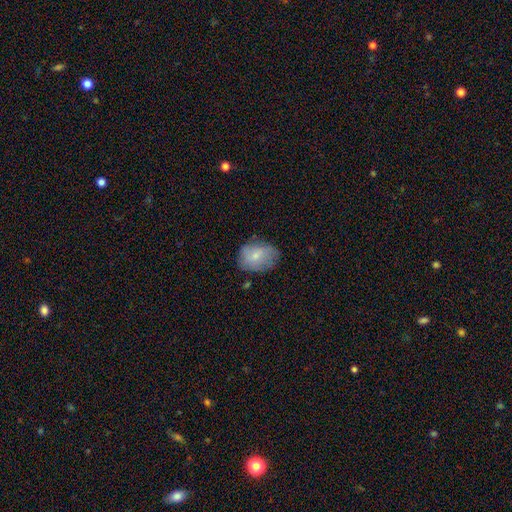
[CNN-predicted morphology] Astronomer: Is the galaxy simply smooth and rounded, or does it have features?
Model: smooth — 71%.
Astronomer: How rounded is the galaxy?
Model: in between — 69%.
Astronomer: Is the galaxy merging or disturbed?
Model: none — 66%.